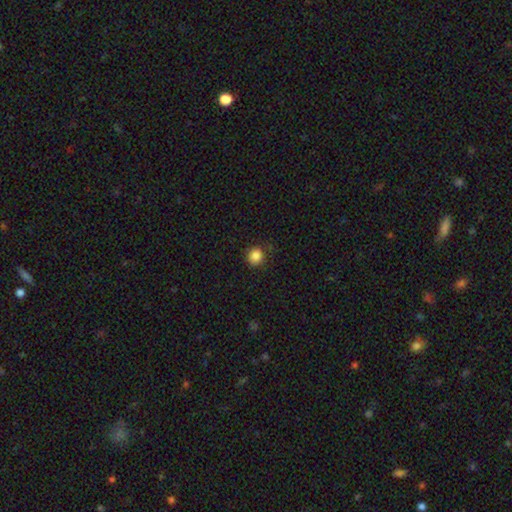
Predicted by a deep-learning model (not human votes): Overall: smooth (85%). How rounded: round (91%). Merging: none (87%).